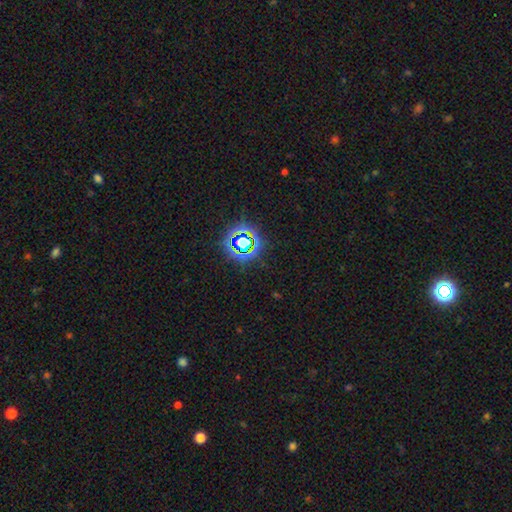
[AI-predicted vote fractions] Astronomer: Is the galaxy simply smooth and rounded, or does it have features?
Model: star or artifact — 76%.